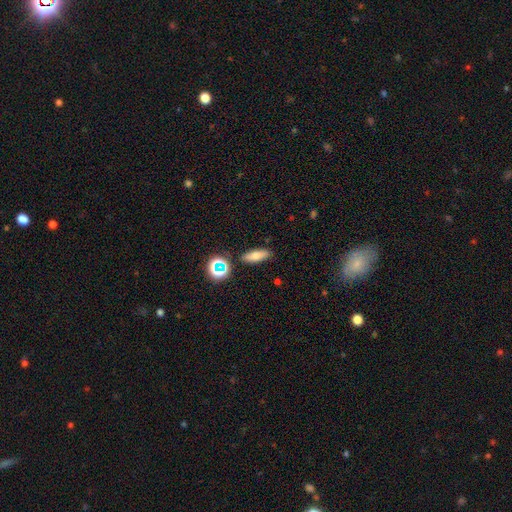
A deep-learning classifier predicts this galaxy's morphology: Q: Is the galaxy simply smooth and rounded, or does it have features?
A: smooth — 70%.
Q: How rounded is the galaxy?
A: in between — 62%.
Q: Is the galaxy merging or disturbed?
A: none — 85%.